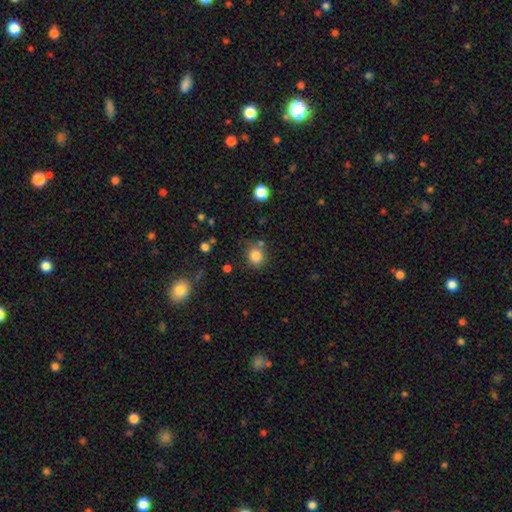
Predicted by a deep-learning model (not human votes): smooth-or-featured: smooth: 83% | star or artifact: 11% | featured or disk: 6%
  how-rounded: round: 70% | in between: 29% | cigar-shaped: 1%
  merging: none: 73% | minor disturbance: 14% | merger: 9% | major disturbance: 4%